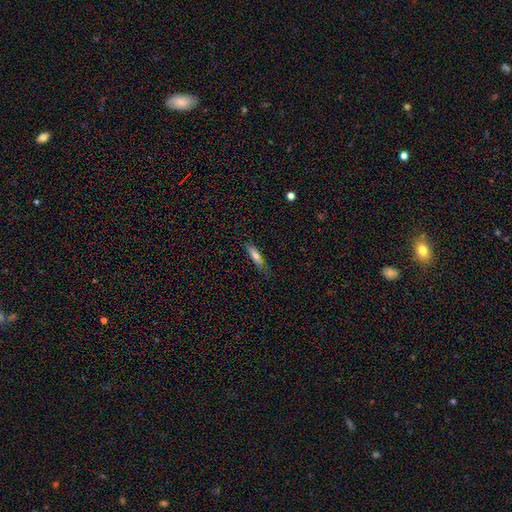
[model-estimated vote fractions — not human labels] This is likely a smooth galaxy (65%). How rounded: likely cigar-shaped (72%). Merging: likely none (75%).